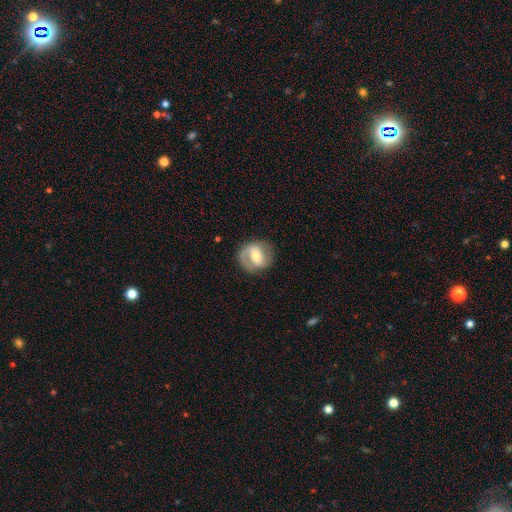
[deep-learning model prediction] Morphology: type=featured or disk (69%); edge-on=no (97%); bar=weak (42%); spiral arms=yes (83%); winding=medium (46%); arm count=2 (76%); bulge=moderate (60%); merging=none (78%).